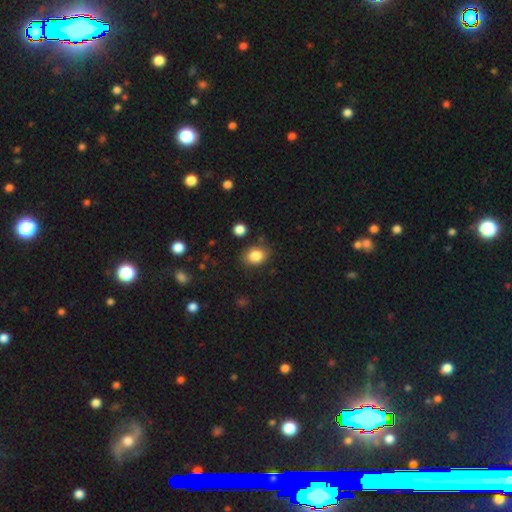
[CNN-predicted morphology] Q: Smooth or featured?
A: smooth (85%); runner-up: star or artifact (9%)
Q: How rounded?
A: in between (56%); runner-up: round (43%)
Q: Merging?
A: none (81%); runner-up: minor disturbance (13%)